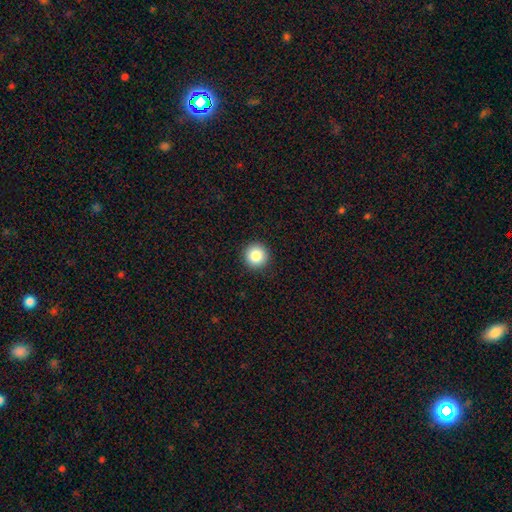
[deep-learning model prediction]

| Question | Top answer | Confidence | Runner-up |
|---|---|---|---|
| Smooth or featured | smooth | 86% | star or artifact (10%) |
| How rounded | round | 96% | in between (3%) |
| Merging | none | 93% | minor disturbance (5%) |